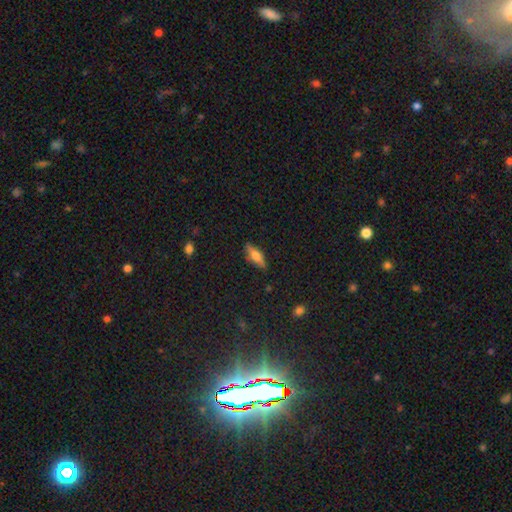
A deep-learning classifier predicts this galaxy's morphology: smooth_or_featured: smooth (p=0.59) [alt: featured or disk p=0.33]
how_rounded: cigar-shaped (p=0.50) [alt: in between p=0.47]
merging: none (p=0.86) [alt: minor disturbance p=0.11]